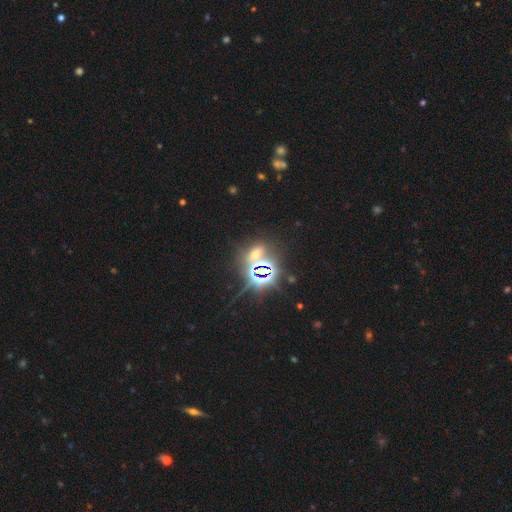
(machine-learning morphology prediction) A star or artifact, not a galaxy (76%).

Vote fractions:
- Smooth or featured? star or artifact: 76% / smooth: 15% / featured or disk: 9%